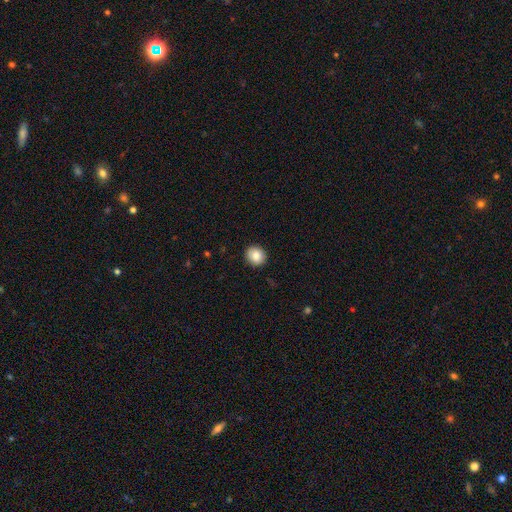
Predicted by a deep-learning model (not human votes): This is clearly a smooth galaxy (85%). How rounded: clearly round (87%). Merging: clearly none (91%).